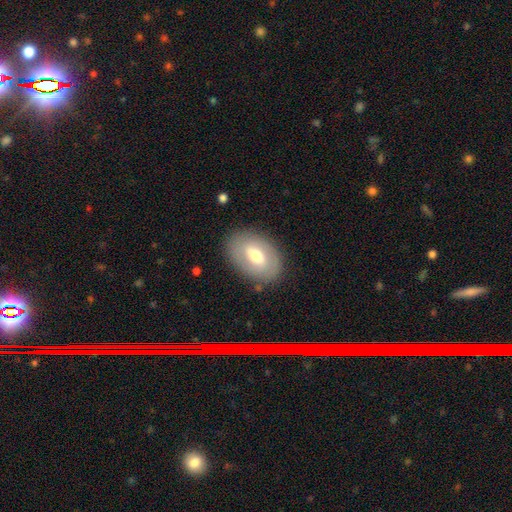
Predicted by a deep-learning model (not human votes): Smooth or featured: smooth — 52% (featured or disk — 41%)
How rounded: in between — 85% (round — 14%)
Merging: none — 83% (minor disturbance — 12%)